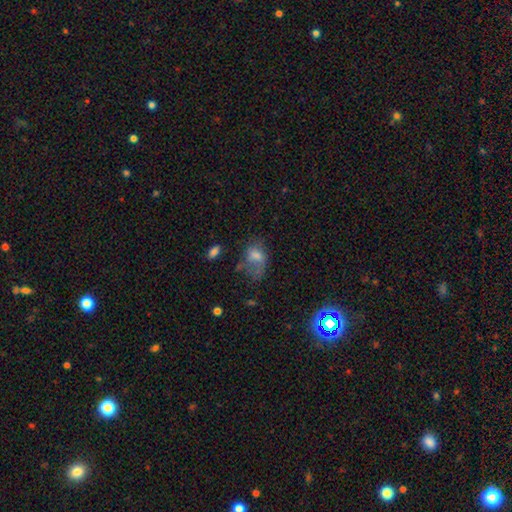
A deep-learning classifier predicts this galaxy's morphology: Smooth or featured: smooth — 62% (featured or disk — 25%)
How rounded: in between — 80% (round — 19%)
Merging: major disturbance — 40% (none — 27%)